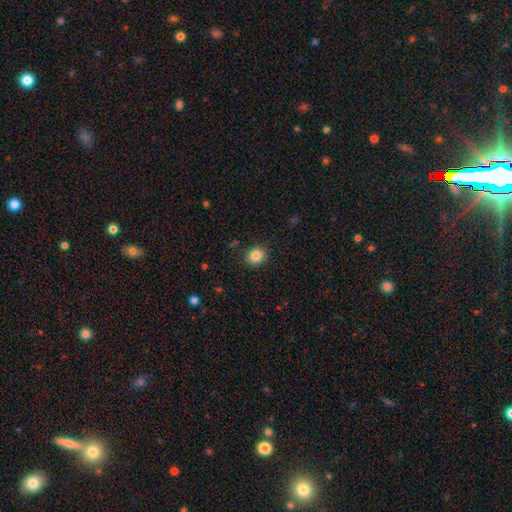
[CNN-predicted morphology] Smooth or featured: smooth — 84% (star or artifact — 11%)
How rounded: round — 77% (in between — 22%)
Merging: none — 88% (minor disturbance — 8%)